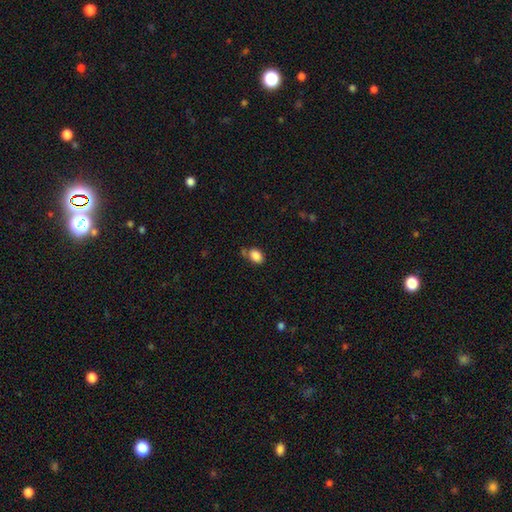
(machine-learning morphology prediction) Smooth or featured? Predicted: smooth (p=0.86). How rounded? Predicted: in between (p=0.80). Merging? Predicted: none (p=0.65).